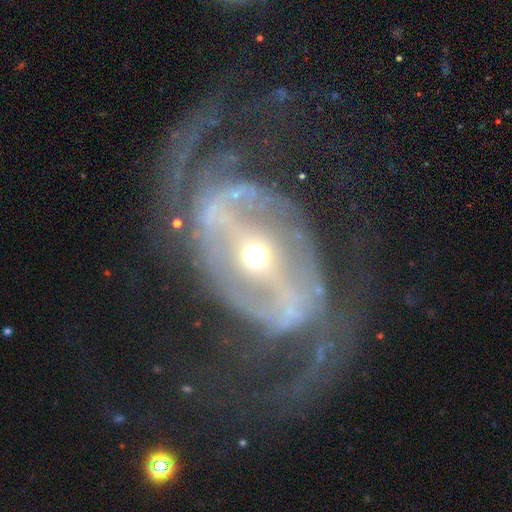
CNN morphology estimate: Q: Smooth or featured?
A: featured or disk (84%); runner-up: smooth (9%)
Q: Edge-on disk?
A: no (96%); runner-up: yes (4%)
Q: Bar?
A: strong (53%); runner-up: weak (27%)
Q: Spiral arms?
A: yes (74%); runner-up: no (26%)
Q: Spiral winding?
A: loose (39%); tied with: medium (39%)
Q: Spiral arm count?
A: 2 (80%); runner-up: can't tell (8%)
Q: Bulge size?
A: moderate (52%); runner-up: small (41%)
Q: Merging?
A: none (48%); runner-up: major disturbance (27%)